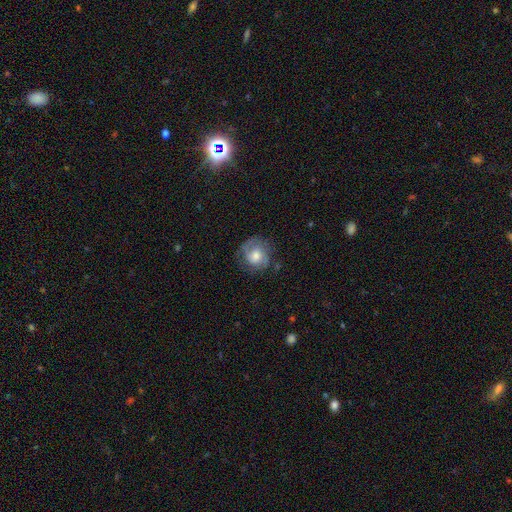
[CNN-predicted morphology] smooth_or_featured: featured or disk (p=0.53) [alt: smooth p=0.39]
disk_edge_on: no (p=0.97) [alt: yes p=0.03]
bar: no (p=0.68) [alt: weak p=0.28]
has_spiral_arms: yes (p=0.85) [alt: no p=0.15]
bulge_size: moderate (p=0.59) [alt: small p=0.18]
merging: none (p=0.70) [alt: minor disturbance p=0.20]